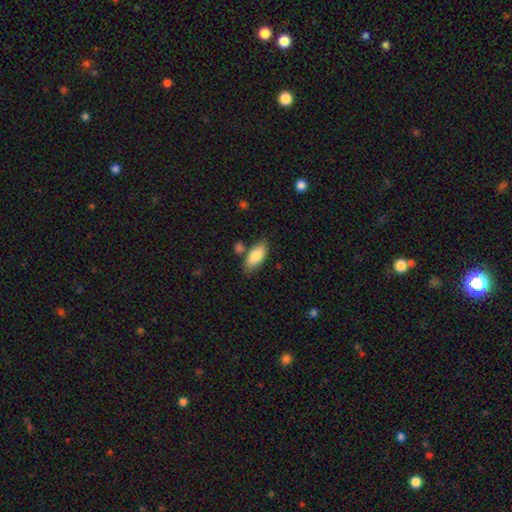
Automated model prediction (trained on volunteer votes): A smooth galaxy with no disk features (82%) that is in between round and cigar-shaped (87%).

Vote fractions:
- Smooth or featured? smooth: 82% / featured or disk: 12% / star or artifact: 6%
- How rounded? in between: 87% / cigar-shaped: 11% / round: 2%
- Merging? none: 74% / minor disturbance: 14% / merger: 9% / major disturbance: 3%